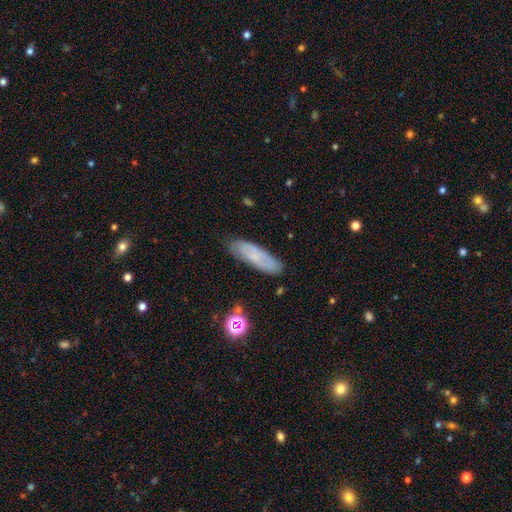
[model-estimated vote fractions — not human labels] This appears to be a smooth galaxy with no disk features (58%) that is cigar-shaped (52%). Merging: none (80%).